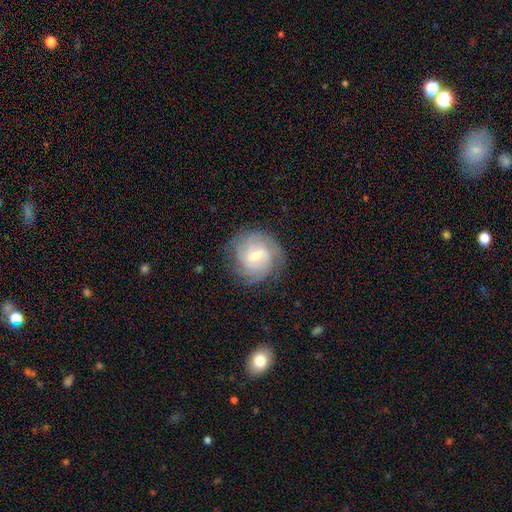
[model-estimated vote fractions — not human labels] Morphology: type=featured or disk (80%); edge-on=no (97%); bar=weak (55%); spiral arms=yes (96%); winding=tight (69%); arm count=can't tell (28%); bulge=small (49%); merging=none (79%).